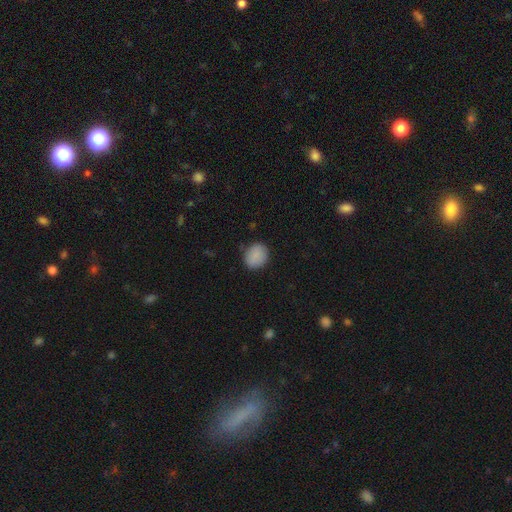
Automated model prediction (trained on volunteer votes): This appears to be a smooth galaxy with no disk features (88%) that is round (71%). Merging: none (83%).